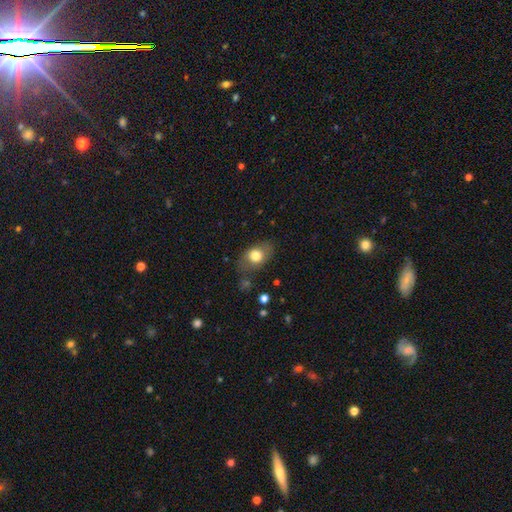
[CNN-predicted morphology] smooth 76%, featured or disk 16%, star or artifact 8%. Down the decision tree: how rounded — in between (72%); merging — none (66%).